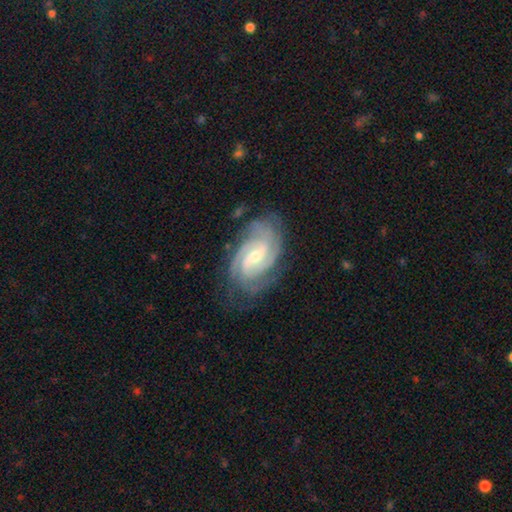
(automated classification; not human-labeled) Overall: featured or disk (90%). Edge-on disk: no (97%). Bar: weak (53%; no 25%). Spiral arms: yes (98%). Spiral arm count: 2 (33%; 3 28%). Spiral winding: tight (59%; medium 34%). Bulge size: small (51%; moderate 45%). Merging: none (73%).